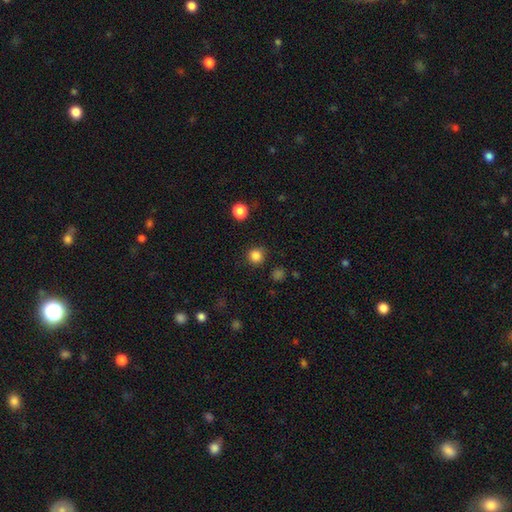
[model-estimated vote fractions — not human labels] smooth 84%, star or artifact 13%, featured or disk 3%. Down the decision tree: how rounded — round (93%); merging — none (88%).